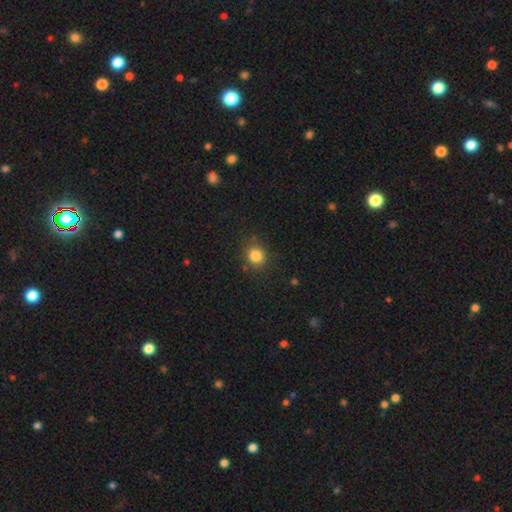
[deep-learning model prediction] Smooth or featured: smooth — 83% (star or artifact — 12%)
How rounded: round — 82% (in between — 17%)
Merging: none — 84% (minor disturbance — 10%)